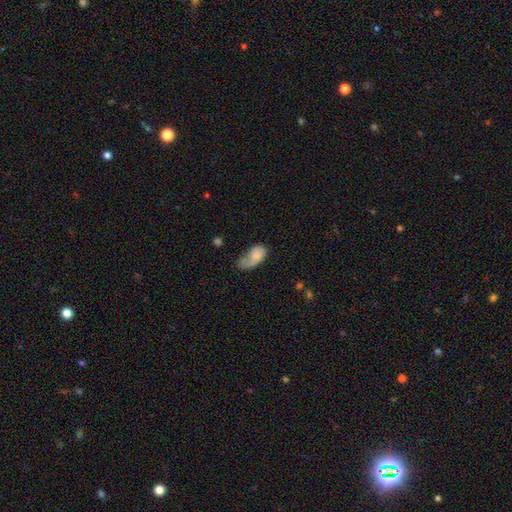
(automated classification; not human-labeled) smooth_or_featured: smooth (p=0.67) [alt: featured or disk p=0.26]
how_rounded: in between (p=0.90) [alt: round p=0.06]
merging: major disturbance (p=0.35) [alt: minor disturbance p=0.28]